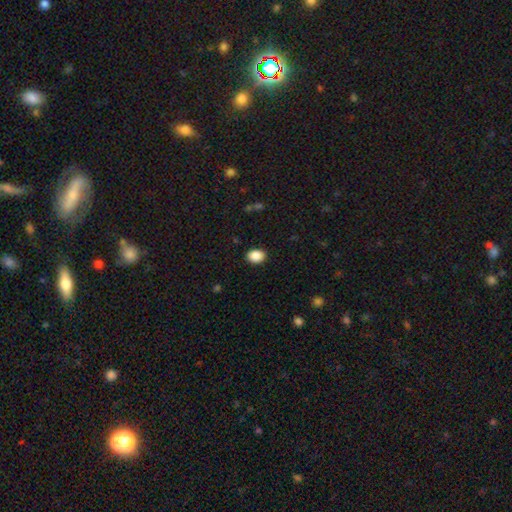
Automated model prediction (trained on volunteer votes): Smooth or featured?
  - smooth: 89% *
  - star or artifact: 8%
  - featured or disk: 3%
How rounded?
  - in between: 66% *
  - round: 33%
  - cigar-shaped: 1%
Merging?
  - none: 89% *
  - minor disturbance: 8%
  - major disturbance: 2%
  - merger: 1%